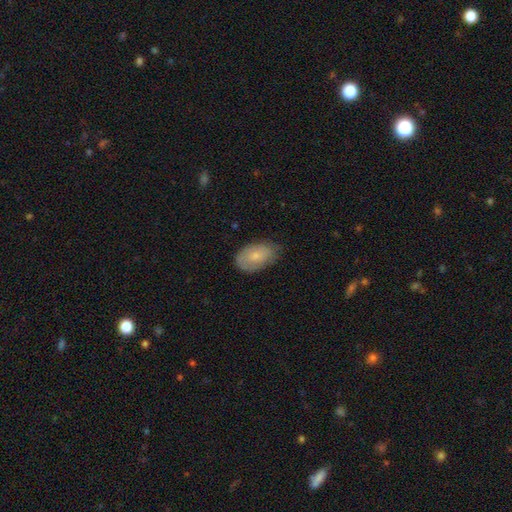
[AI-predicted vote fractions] Smooth or featured?
  - smooth: 69% *
  - featured or disk: 24%
  - star or artifact: 7%
How rounded?
  - in between: 91% *
  - round: 7%
  - cigar-shaped: 2%
Merging?
  - none: 68% *
  - minor disturbance: 26%
  - major disturbance: 5%
  - merger: 1%